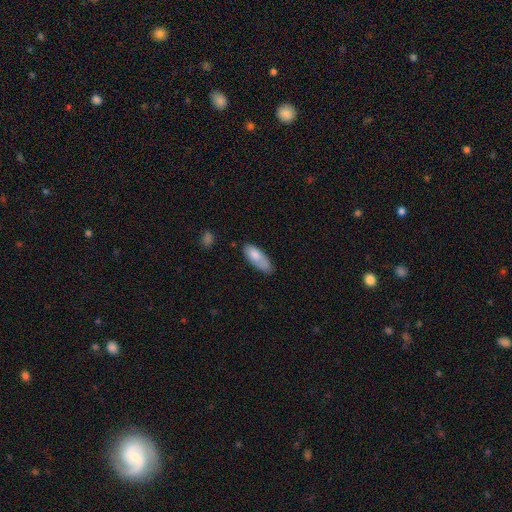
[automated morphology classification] A smooth galaxy with no disk features (80%) that is in between round and cigar-shaped (73%). Merging: none (59%).